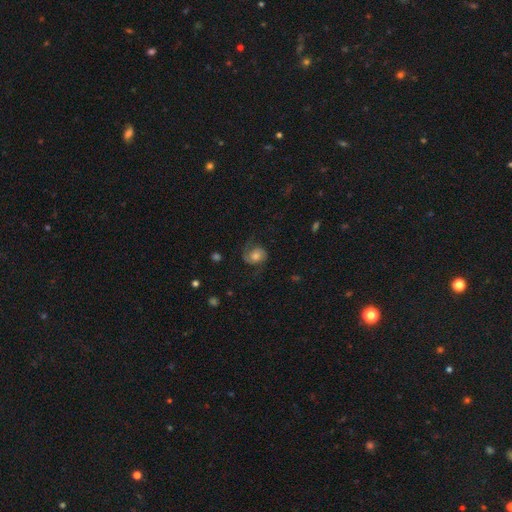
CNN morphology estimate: A featured or disk galaxy (62%) with no bar (69%), 2 (77%) medium (44%) spiral arms (92%) and a moderate central bulge (53%).

Vote fractions:
- Smooth or featured? featured or disk: 62% / smooth: 29% / star or artifact: 9%
- Edge-on disk? no: 97% / yes: 3%
- Bar? no: 69% / weak: 25% / strong: 5%
- Spiral arms? yes: 92% / no: 8%
- Spiral winding? medium: 44% / loose: 34% / tight: 21%
- Spiral arm count? 2: 77% / 1: 14% / can't tell: 6% / 3: 1% / 4: 1% / more than 4: 1%
- Bulge size? moderate: 53% / small: 24% / large: 15% / none: 4% / dominant: 3%
- Merging? none: 63% / minor disturbance: 19% / major disturbance: 17% / merger: 1%